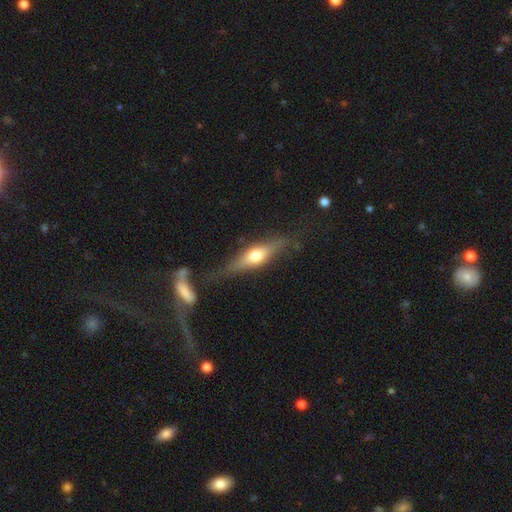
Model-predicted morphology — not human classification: featured or disk 55%, smooth 39%, star or artifact 6%. Down the decision tree: edge-on disk — yes (90%); merging — none (70%).